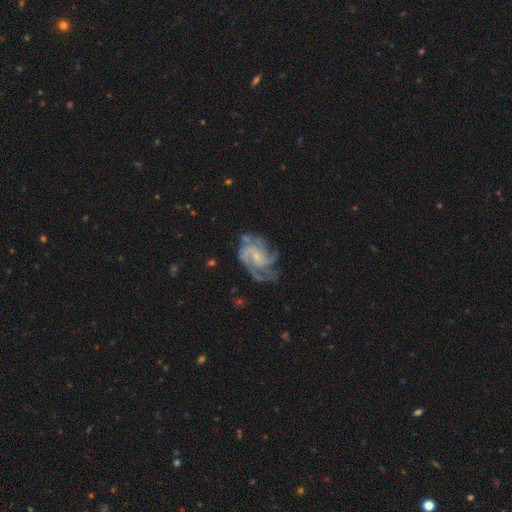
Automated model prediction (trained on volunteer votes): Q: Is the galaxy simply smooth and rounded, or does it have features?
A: featured or disk — 89%.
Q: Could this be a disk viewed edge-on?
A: no — 98%.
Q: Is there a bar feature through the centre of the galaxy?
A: no — 57%.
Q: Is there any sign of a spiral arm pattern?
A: yes — 97%.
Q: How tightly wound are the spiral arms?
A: medium — 46%.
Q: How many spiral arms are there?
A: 3 — 39%.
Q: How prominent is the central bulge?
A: small — 73%.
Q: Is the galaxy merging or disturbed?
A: none — 61%.